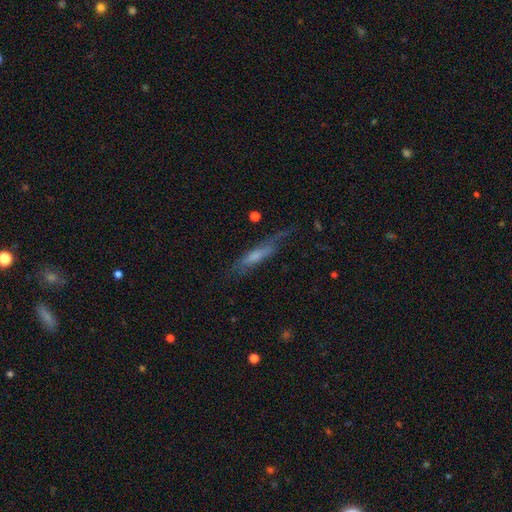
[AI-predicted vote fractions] Smooth or featured? Predicted: smooth (p=0.47). Merging? Predicted: none (p=0.50).